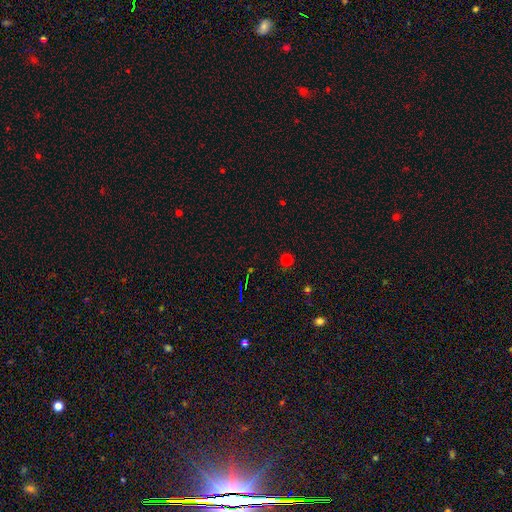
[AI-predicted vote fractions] This is possibly a star or artifact rather than a galaxy (55%).